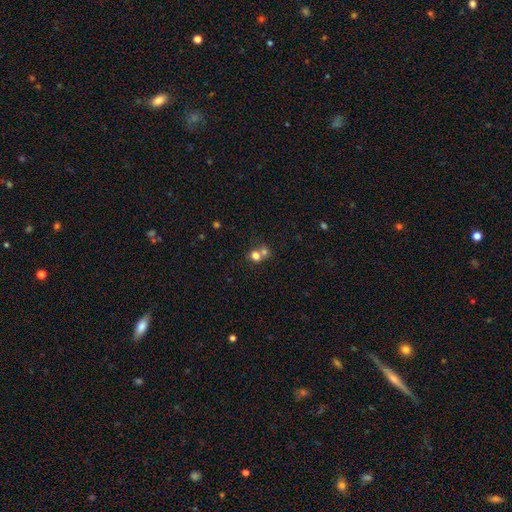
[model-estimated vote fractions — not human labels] A smooth galaxy with no disk features (74%) that is round (75%).

Vote fractions:
- Smooth or featured? smooth: 74% / star or artifact: 14% / featured or disk: 12%
- How rounded? round: 75% / in between: 24% / cigar-shaped: 1%
- Merging? merger: 55% / none: 36% / minor disturbance: 6% / major disturbance: 3%